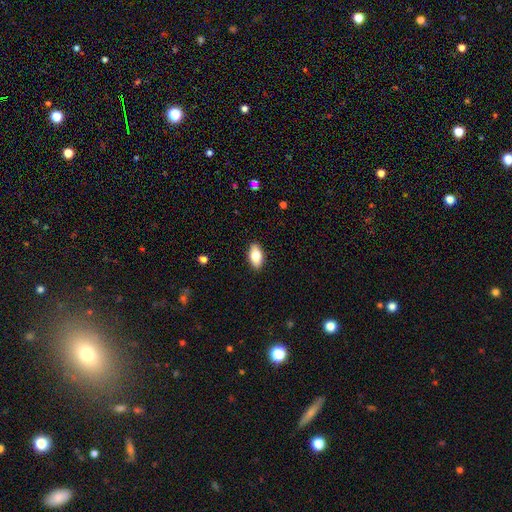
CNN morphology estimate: smooth-or-featured: smooth: 79% | featured or disk: 14% | star or artifact: 7%
  how-rounded: in between: 91% | cigar-shaped: 5% | round: 4%
  merging: none: 89% | minor disturbance: 8% | major disturbance: 2% | merger: 1%